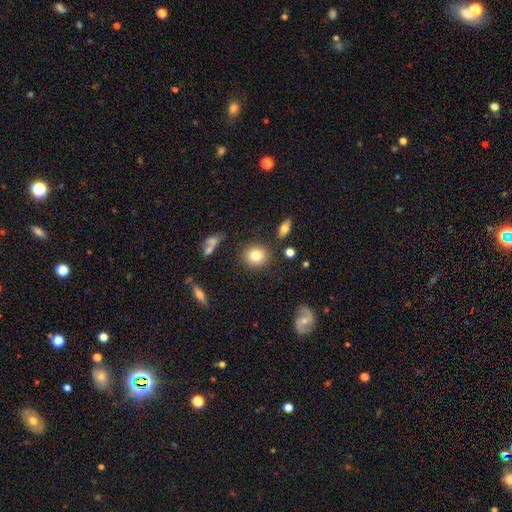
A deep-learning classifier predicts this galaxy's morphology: smooth-or-featured: smooth: 80% | star or artifact: 10% | featured or disk: 10%
  how-rounded: round: 82% | in between: 17% | cigar-shaped: 1%
  merging: none: 85% | minor disturbance: 9% | merger: 4% | major disturbance: 3%